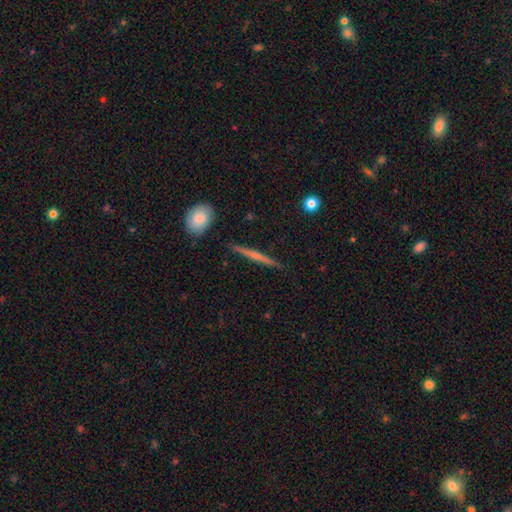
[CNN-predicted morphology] Smooth or featured? featured or disk (60%)
Edge-on disk? yes (97%)
Edge-on bulge? none (48%)
Merging? none (90%)